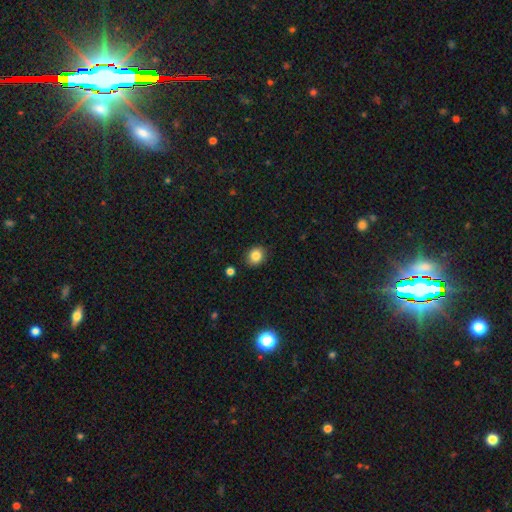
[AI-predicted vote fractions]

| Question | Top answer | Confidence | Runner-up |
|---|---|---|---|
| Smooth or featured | smooth | 84% | star or artifact (10%) |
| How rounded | round | 69% | in between (30%) |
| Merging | none | 87% | minor disturbance (9%) |